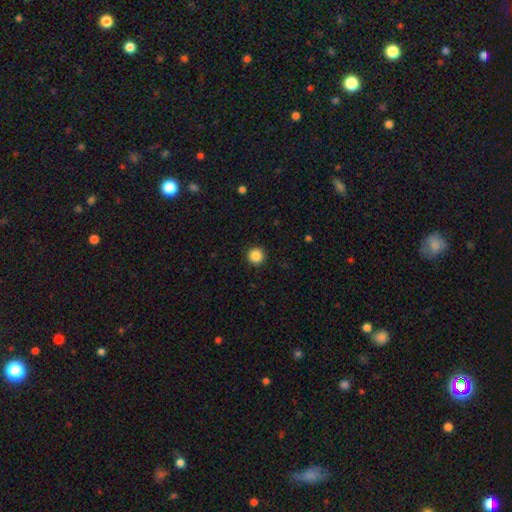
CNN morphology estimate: Smooth or featured? Predicted: smooth (p=0.87). How rounded? Predicted: round (p=0.96). Merging? Predicted: none (p=0.93).